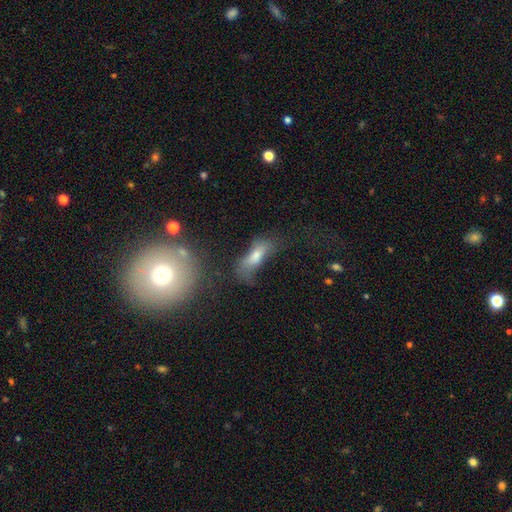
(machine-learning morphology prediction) Overall: smooth (59%; featured or disk 26%). How rounded: in between (58%; cigar-shaped 36%). Merging: none (33%; major disturbance 31%).